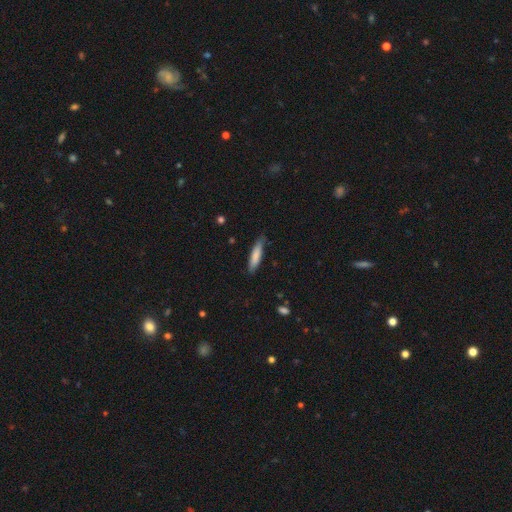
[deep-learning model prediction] smooth 79%, featured or disk 15%, star or artifact 6%. Down the decision tree: how rounded — cigar-shaped (81%); merging — none (80%).